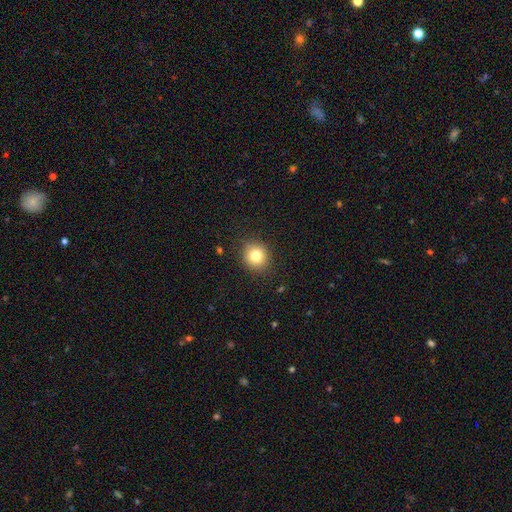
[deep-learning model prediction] The model was most divided on "smooth or featured": smooth: 80%, star or artifact: 11%, featured or disk: 9%. More confident: merging — none (88%); how rounded — round (85%).